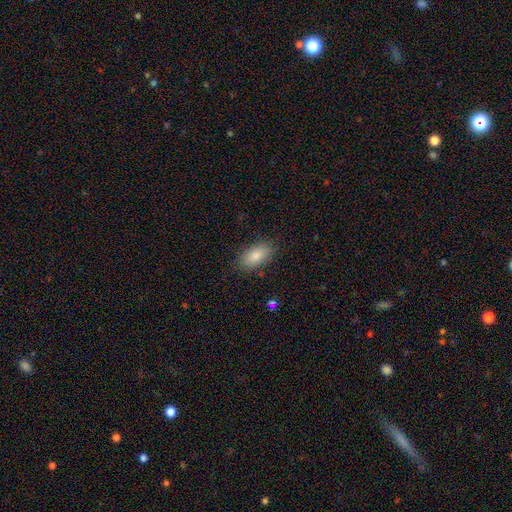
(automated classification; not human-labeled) Smooth or featured: smooth — 85% (featured or disk — 8%)
How rounded: in between — 92% (cigar-shaped — 4%)
Merging: none — 84% (minor disturbance — 12%)